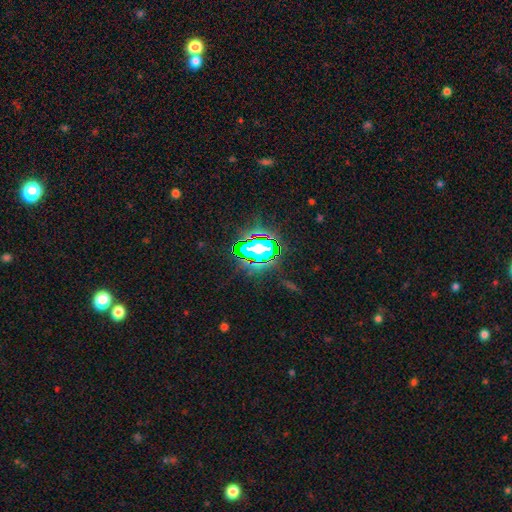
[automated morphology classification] smooth_or_featured: star or artifact (p=0.79) [alt: smooth p=0.13]